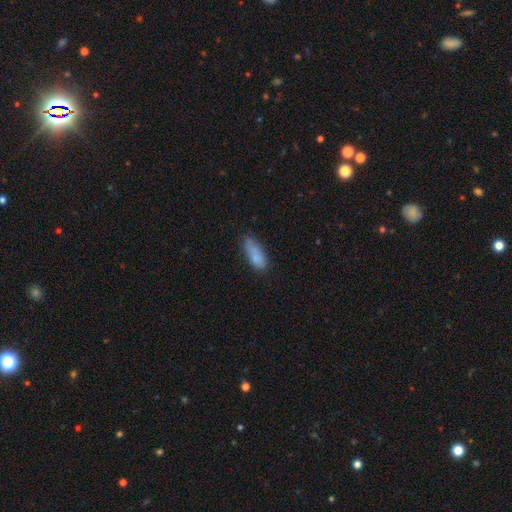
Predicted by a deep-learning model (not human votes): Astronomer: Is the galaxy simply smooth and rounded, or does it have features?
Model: smooth — 82%.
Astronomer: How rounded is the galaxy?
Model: in between — 71%.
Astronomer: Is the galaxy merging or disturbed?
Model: none — 57%.